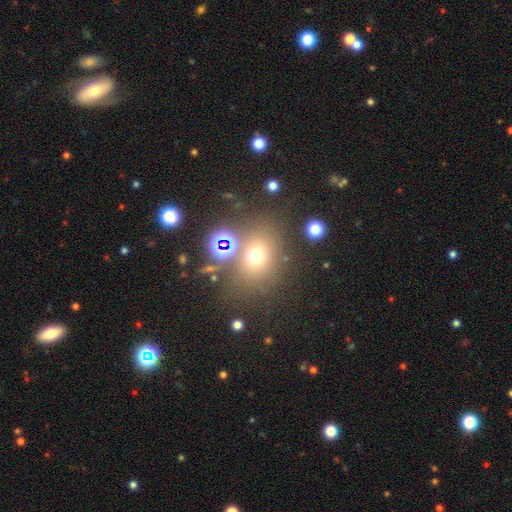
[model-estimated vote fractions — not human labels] Smooth or featured: smooth — 64% (star or artifact — 24%)
How rounded: round — 58% (in between — 41%)
Merging: none — 70% (minor disturbance — 12%)